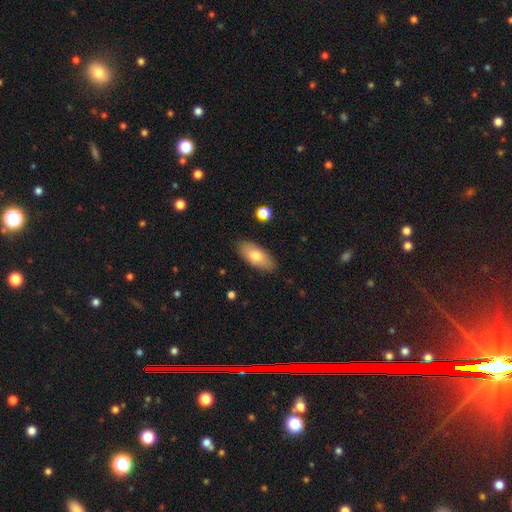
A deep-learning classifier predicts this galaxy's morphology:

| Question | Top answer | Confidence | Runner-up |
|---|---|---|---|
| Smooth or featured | smooth | 75% | featured or disk (19%) |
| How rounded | in between | 86% | cigar-shaped (11%) |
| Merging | none | 87% | minor disturbance (10%) |